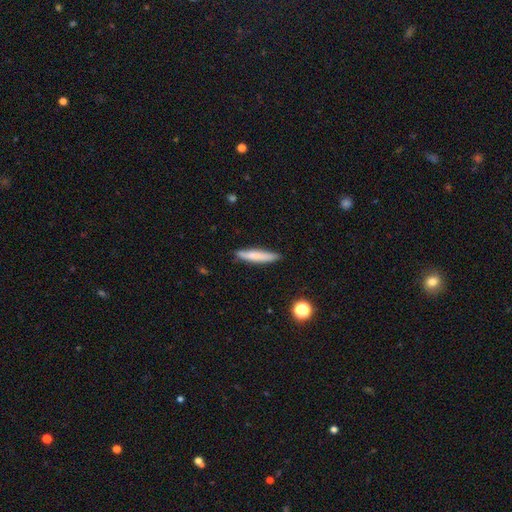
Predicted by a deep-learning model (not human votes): Smooth or featured?
  - smooth: 75% *
  - featured or disk: 19%
  - star or artifact: 7%
How rounded?
  - cigar-shaped: 89% *
  - in between: 9%
  - round: 1%
Merging?
  - none: 84% *
  - minor disturbance: 13%
  - major disturbance: 2%
  - merger: 2%